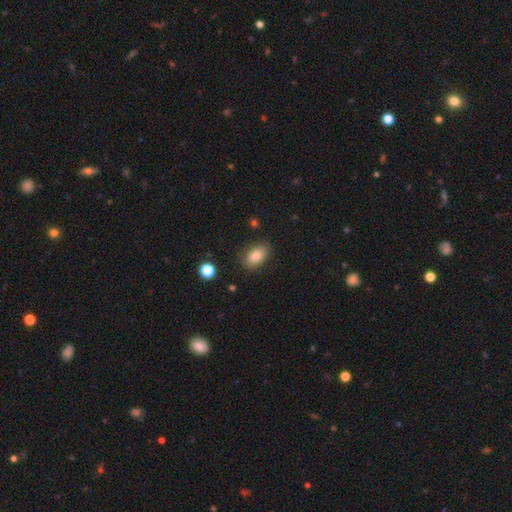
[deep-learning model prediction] This is clearly a smooth galaxy (83%). How rounded: clearly in between (88%). Merging: clearly none (83%).